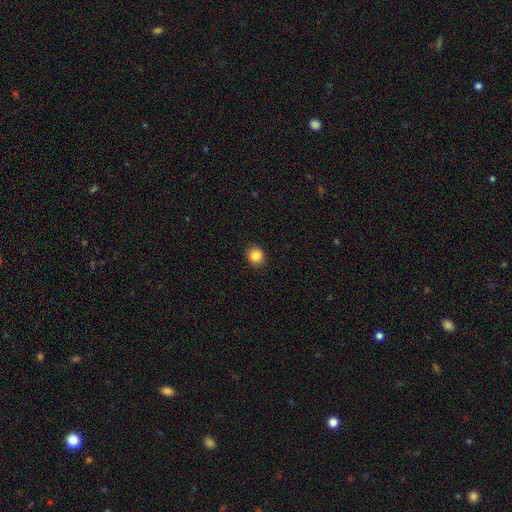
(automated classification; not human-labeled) A smooth galaxy with no disk features (85%) that is round (75%). Merging: none (90%).